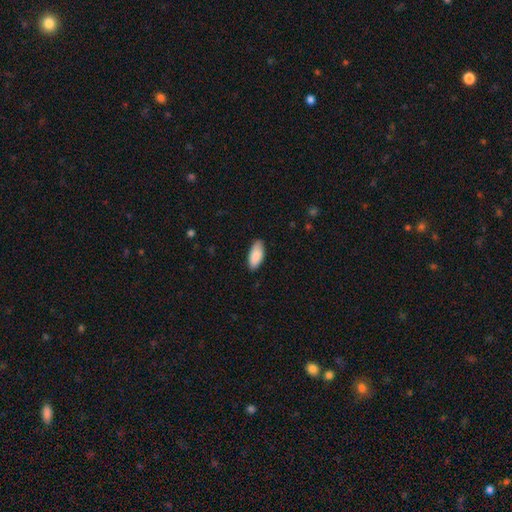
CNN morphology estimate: smooth-or-featured: smooth: 89% | star or artifact: 6% | featured or disk: 5%
  how-rounded: in between: 89% | cigar-shaped: 9% | round: 2%
  merging: none: 84% | minor disturbance: 13% | major disturbance: 2% | merger: 1%